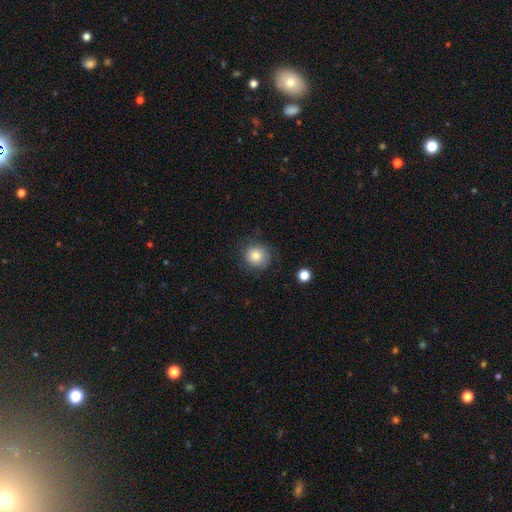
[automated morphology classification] Smooth or featured? smooth (81%)
How rounded? round (88%)
Merging? none (78%)